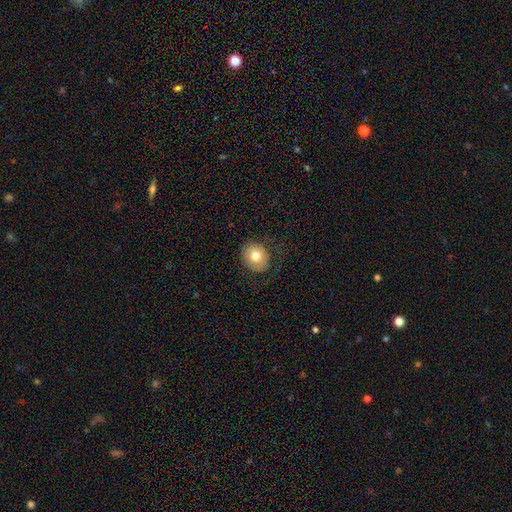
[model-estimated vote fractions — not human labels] Smooth or featured? smooth (76%)
How rounded? round (66%)
Merging? none (75%)